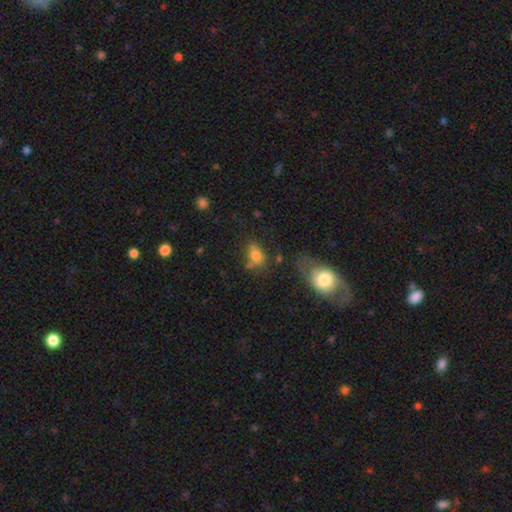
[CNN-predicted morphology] A smooth galaxy with no disk features (73%) that is in between round and cigar-shaped (72%). Merging: none (45%).